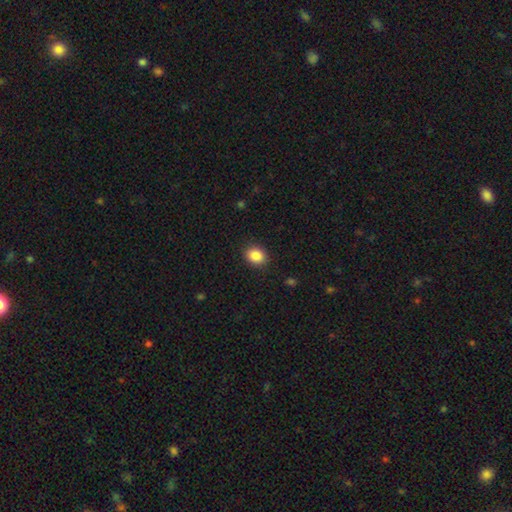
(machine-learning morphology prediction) A smooth galaxy with no disk features (88%) that is round (50%).

Vote fractions:
- Smooth or featured? smooth: 88% / star or artifact: 9% / featured or disk: 4%
- How rounded? round: 50% / in between: 49% / cigar-shaped: 1%
- Merging? none: 89% / minor disturbance: 8% / major disturbance: 2% / merger: 1%